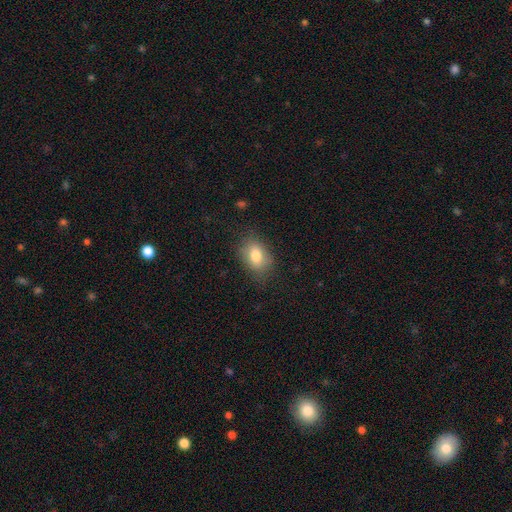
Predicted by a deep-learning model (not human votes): This appears to be a smooth galaxy with no disk features (78%) that is in between round and cigar-shaped (76%). Merging: none (78%).